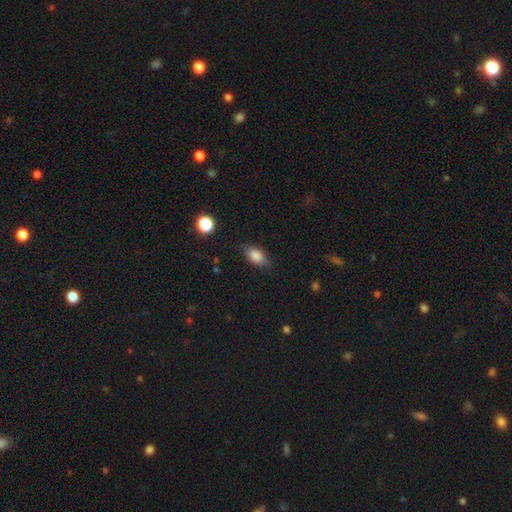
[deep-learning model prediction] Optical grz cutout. It shows a smooth galaxy with no disk features (85%) that is in between round and cigar-shaped (88%). Merging: none (80%).